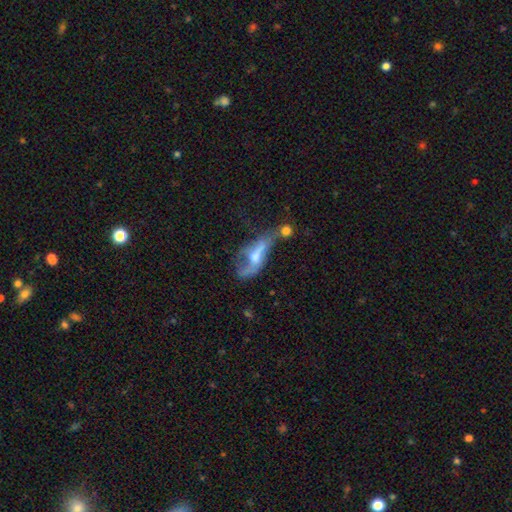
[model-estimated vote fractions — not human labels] smooth-or-featured: featured or disk: 59% | smooth: 30% | star or artifact: 11%
  disk-edge-on: no: 77% | yes: 23%
  merging: major disturbance: 34% | merger: 29% | none: 21% | minor disturbance: 16%